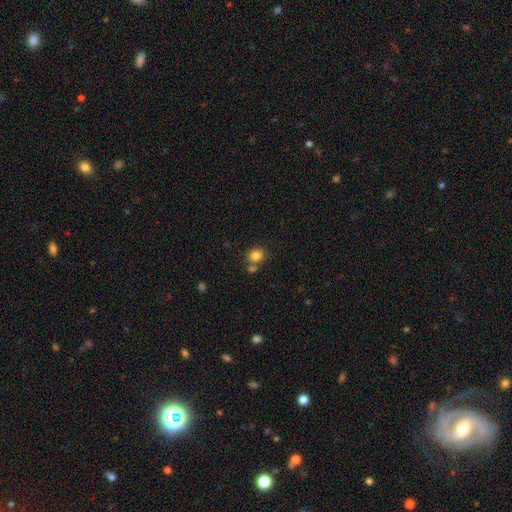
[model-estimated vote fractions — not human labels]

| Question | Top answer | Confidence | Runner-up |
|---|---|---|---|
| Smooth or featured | smooth | 83% | star or artifact (11%) |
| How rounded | round | 74% | in between (25%) |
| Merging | none | 68% | merger (20%) |